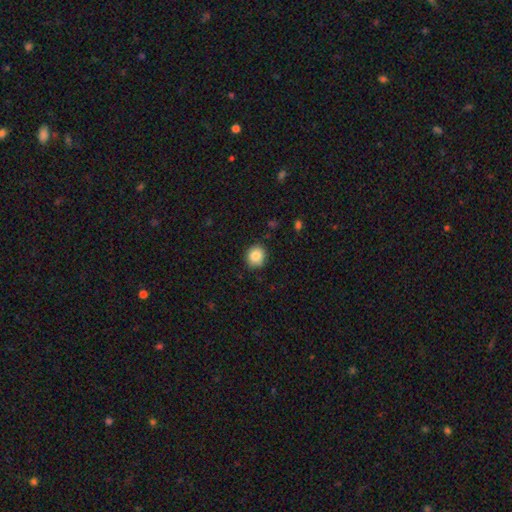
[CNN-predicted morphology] A smooth galaxy with no disk features (85%) that is round (83%).

Vote fractions:
- Smooth or featured? smooth: 85% / star or artifact: 9% / featured or disk: 6%
- How rounded? round: 83% / in between: 16% / cigar-shaped: 1%
- Merging? none: 86% / minor disturbance: 10% / major disturbance: 2% / merger: 1%